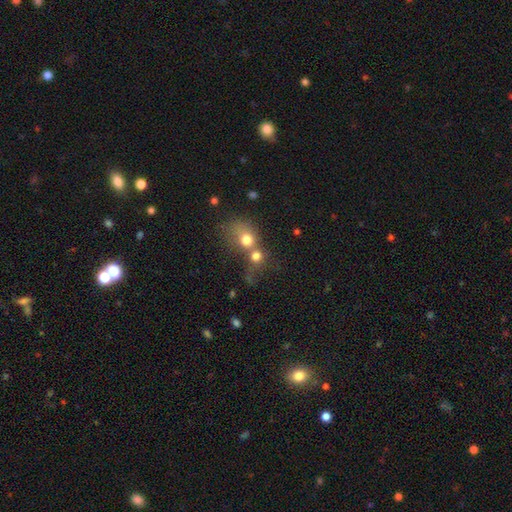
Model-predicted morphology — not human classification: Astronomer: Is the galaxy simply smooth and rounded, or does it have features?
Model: smooth — 70%.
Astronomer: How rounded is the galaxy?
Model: round — 72%.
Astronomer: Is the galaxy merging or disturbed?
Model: merger — 67%.